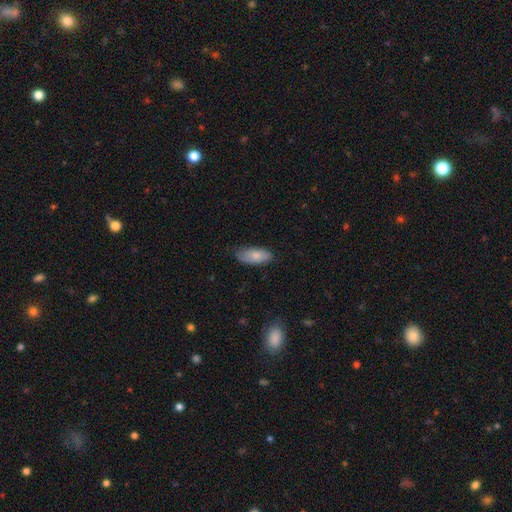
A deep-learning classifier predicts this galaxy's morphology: smooth-or-featured: smooth: 81% | featured or disk: 13% | star or artifact: 6%
  how-rounded: in between: 87% | cigar-shaped: 11% | round: 2%
  merging: none: 75% | minor disturbance: 21% | major disturbance: 3% | merger: 1%